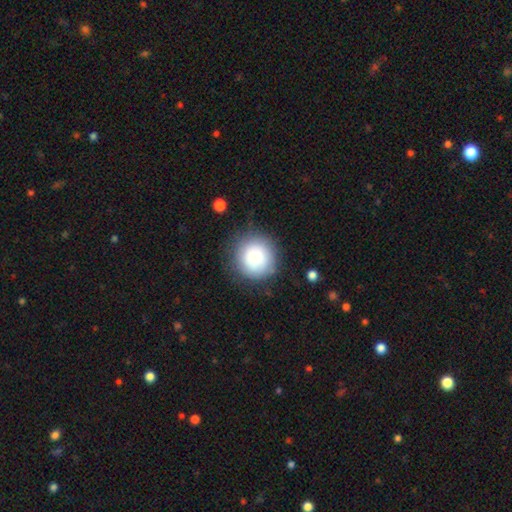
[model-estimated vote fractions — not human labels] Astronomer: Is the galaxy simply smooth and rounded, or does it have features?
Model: smooth — 83%.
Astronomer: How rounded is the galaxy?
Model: round — 92%.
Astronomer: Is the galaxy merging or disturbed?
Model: none — 79%.